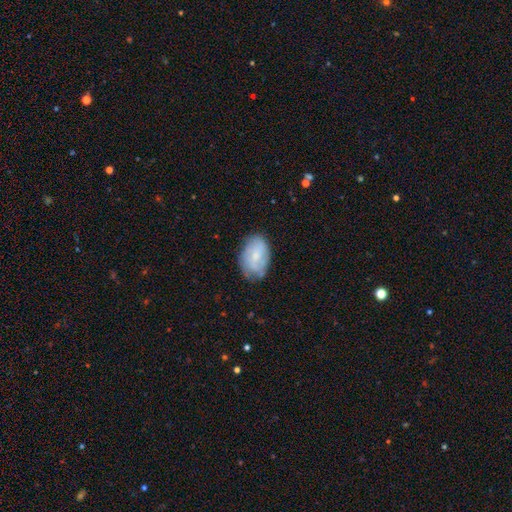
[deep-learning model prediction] The model was most divided on "smooth or featured": smooth: 51%, featured or disk: 41%, star or artifact: 7%. More confident: how rounded — in between (87%); merging — none (67%).